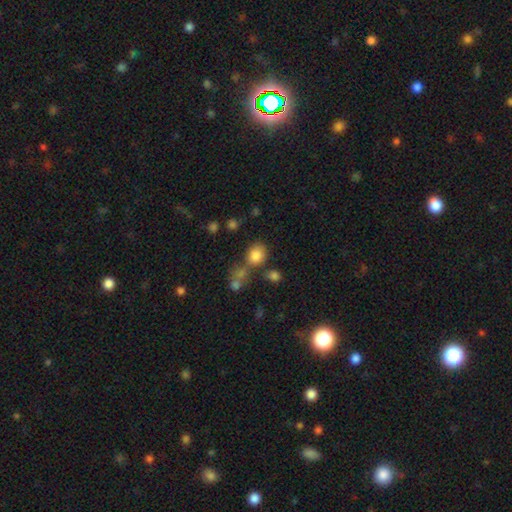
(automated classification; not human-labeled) Q: Smooth or featured?
A: smooth (81%); runner-up: star or artifact (12%)
Q: How rounded?
A: round (65%); runner-up: in between (34%)
Q: Merging?
A: none (63%); runner-up: merger (19%)